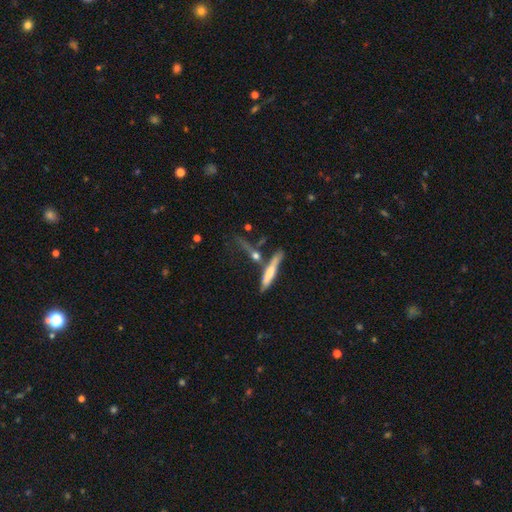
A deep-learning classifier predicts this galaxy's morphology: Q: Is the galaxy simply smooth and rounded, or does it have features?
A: smooth — 49%.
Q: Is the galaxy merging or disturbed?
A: none — 54%.